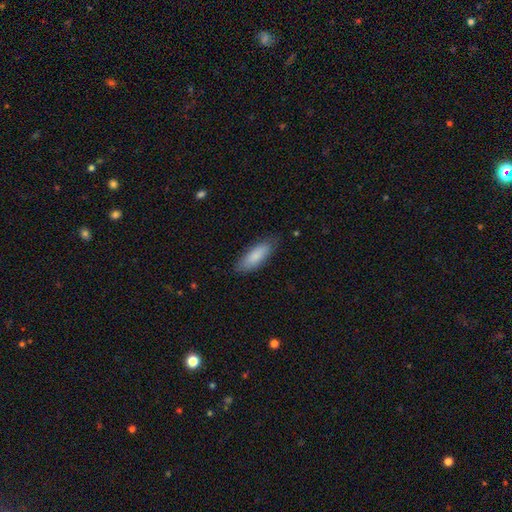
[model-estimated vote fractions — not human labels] A smooth galaxy with no disk features (84%) that is in between round and cigar-shaped (64%). Merging: none (81%).